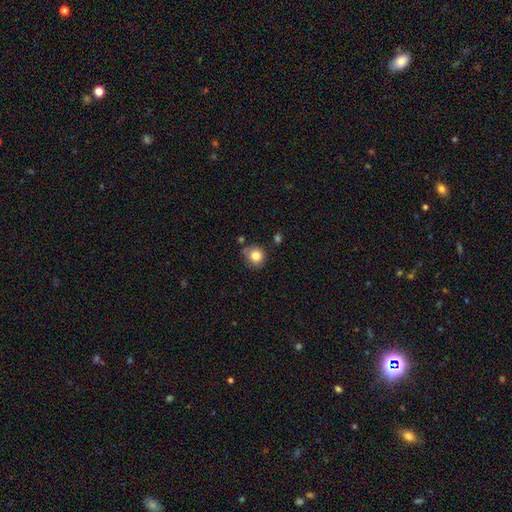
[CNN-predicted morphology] Smooth or featured?
  - smooth: 82% *
  - star or artifact: 10%
  - featured or disk: 7%
How rounded?
  - round: 82% *
  - in between: 17%
  - cigar-shaped: 1%
Merging?
  - none: 73% *
  - minor disturbance: 18%
  - merger: 6%
  - major disturbance: 4%